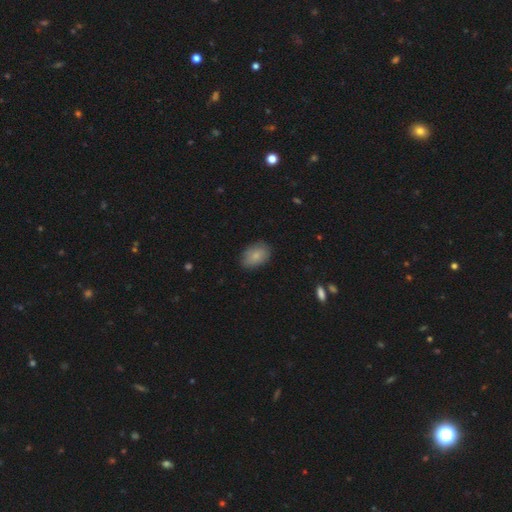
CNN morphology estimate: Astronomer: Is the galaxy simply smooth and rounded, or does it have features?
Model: smooth — 83%.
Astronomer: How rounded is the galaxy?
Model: in between — 86%.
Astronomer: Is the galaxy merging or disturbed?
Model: none — 82%.